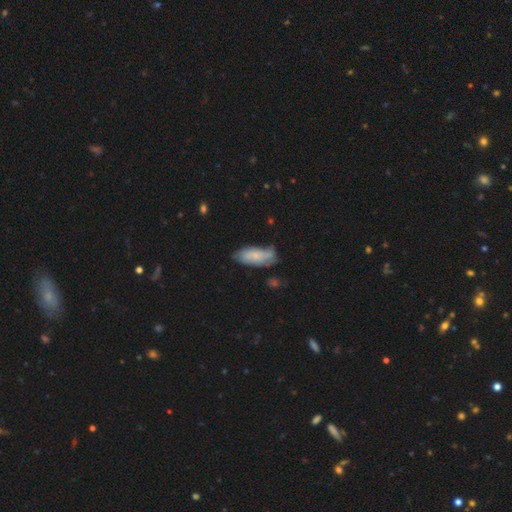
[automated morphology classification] smooth_or_featured: smooth (p=0.68) [alt: featured or disk p=0.25]
how_rounded: in between (p=0.79) [alt: cigar-shaped p=0.19]
merging: none (p=0.52) [alt: minor disturbance p=0.32]